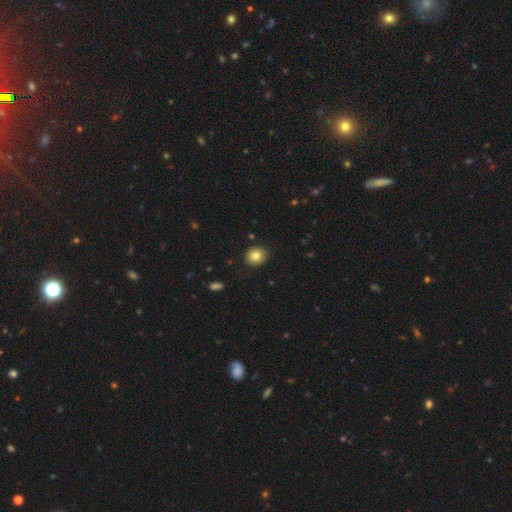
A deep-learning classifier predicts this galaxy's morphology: smooth 80%, star or artifact 10%, featured or disk 10%. Down the decision tree: how rounded — round (80%); merging — none (88%).